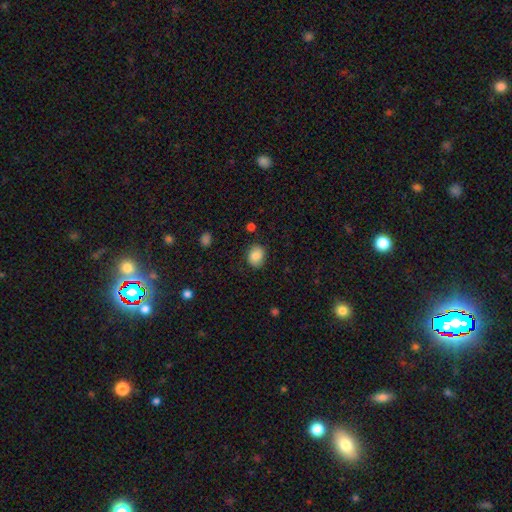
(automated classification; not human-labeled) The model was most divided on "how rounded": round: 53%, in between: 46%, cigar-shaped: 1%. More confident: merging — none (83%); smooth or featured — smooth (83%).